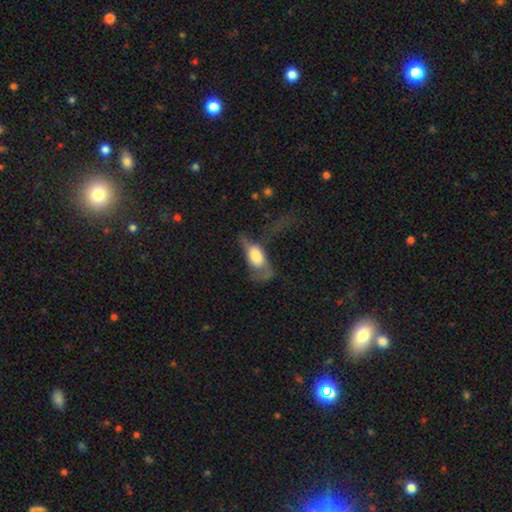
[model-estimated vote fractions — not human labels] Smooth or featured? smooth (55%)
How rounded? in between (85%)
Merging? major disturbance (54%)